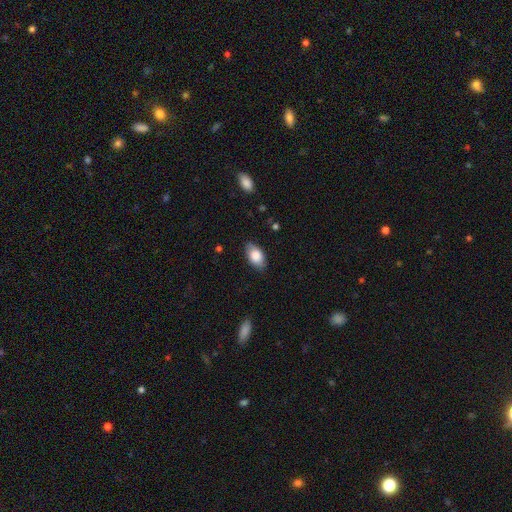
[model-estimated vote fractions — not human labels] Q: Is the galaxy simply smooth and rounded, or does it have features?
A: smooth — 83%.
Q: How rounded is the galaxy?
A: in between — 92%.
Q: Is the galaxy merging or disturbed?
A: none — 80%.